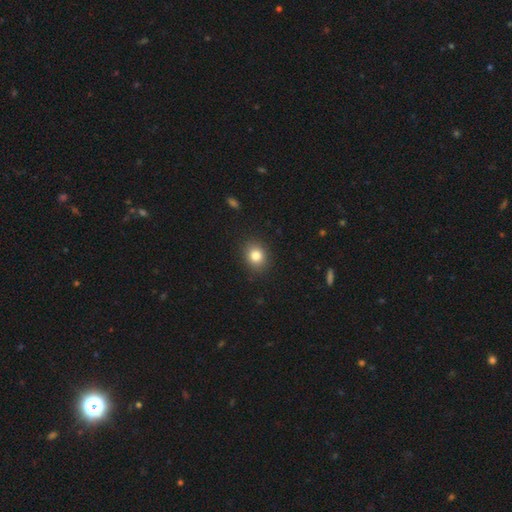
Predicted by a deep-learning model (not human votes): Morphology: type=smooth (82%); roundness=round (64%); merging=none (89%).